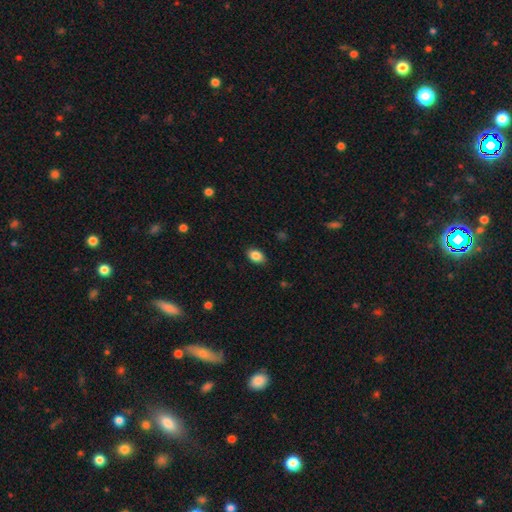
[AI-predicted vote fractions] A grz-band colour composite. It shows a smooth galaxy with no disk features (87%) that is in between round and cigar-shaped (85%). Merging: none (85%).